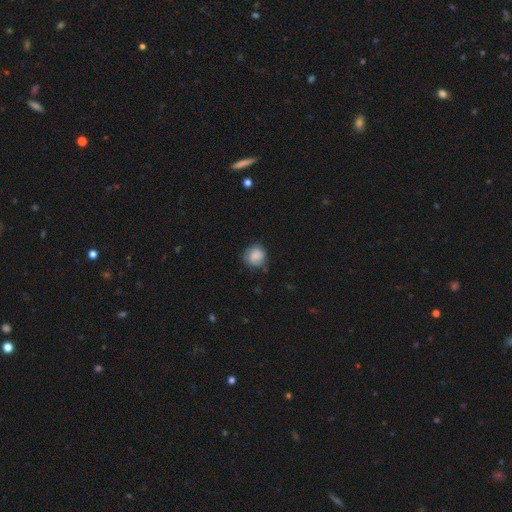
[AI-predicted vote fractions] A smooth galaxy with no disk features (72%) that is round (84%). Merging: none (68%).